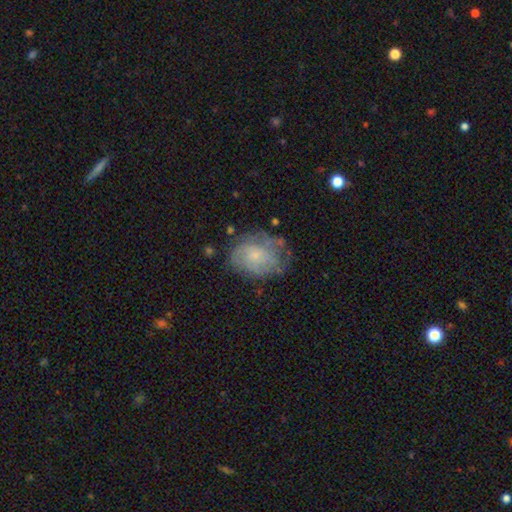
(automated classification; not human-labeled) Smooth or featured: featured or disk — 54% (smooth — 38%)
Edge-on disk: no — 97% (yes — 3%)
Bar: no — 79% (weak — 18%)
Spiral arms: yes — 70% (no — 30%)
Bulge size: small — 65% (moderate — 19%)
Merging: none — 55% (minor disturbance — 27%)